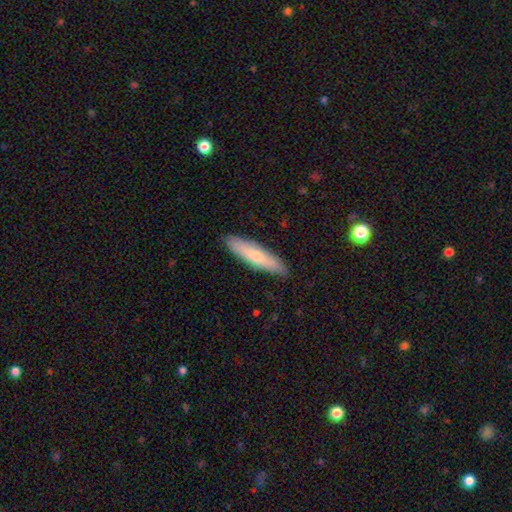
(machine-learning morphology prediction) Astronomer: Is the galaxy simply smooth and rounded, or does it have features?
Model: smooth — 65%.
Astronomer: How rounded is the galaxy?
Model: cigar-shaped — 79%.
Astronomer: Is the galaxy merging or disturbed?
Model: none — 89%.